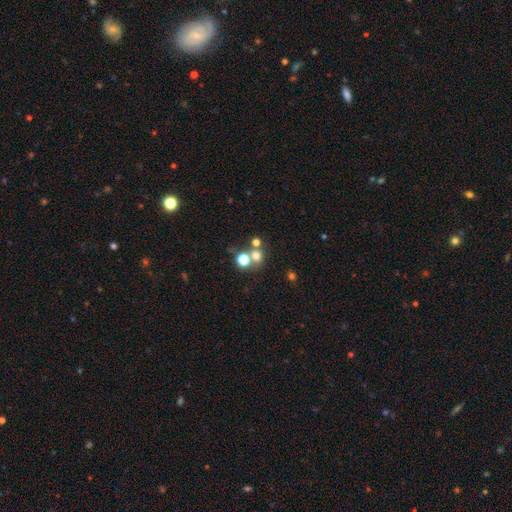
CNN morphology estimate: This appears to be a smooth galaxy with no disk features (65%) that is round (82%). Merging: none (53%).